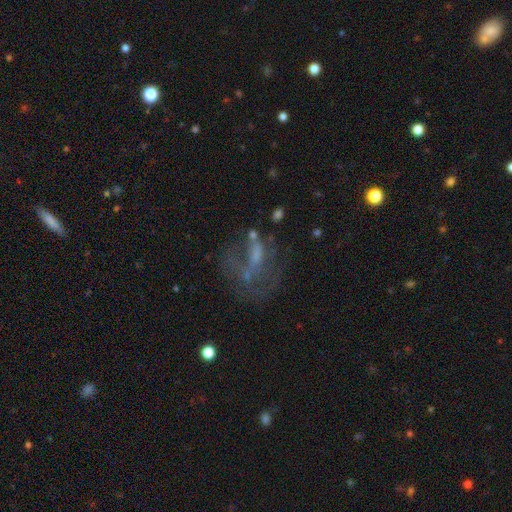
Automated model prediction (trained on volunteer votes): A featured or disk galaxy (51%).

Vote fractions:
- Smooth or featured? featured or disk: 51% / smooth: 30% / star or artifact: 19%
- Edge-on disk? no: 94% / yes: 6%
- Merging? major disturbance: 39% / none: 36% / minor disturbance: 16% / merger: 9%